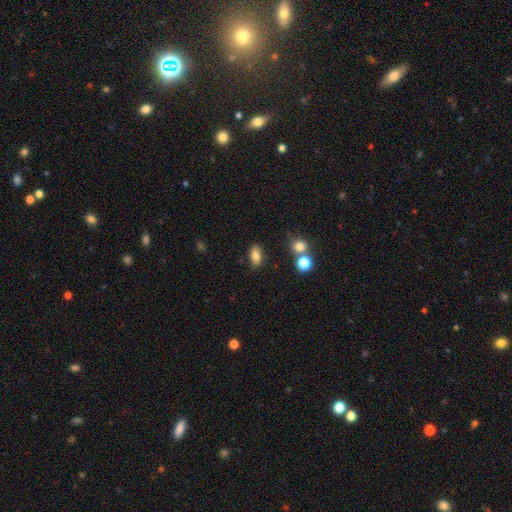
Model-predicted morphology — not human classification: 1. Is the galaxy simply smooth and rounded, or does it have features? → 82% smooth, 10% star or artifact, 8% featured or disk.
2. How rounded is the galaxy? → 85% in between, 8% round, 7% cigar-shaped.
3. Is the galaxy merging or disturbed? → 81% none, 10% minor disturbance, 5% merger, 3% major disturbance.